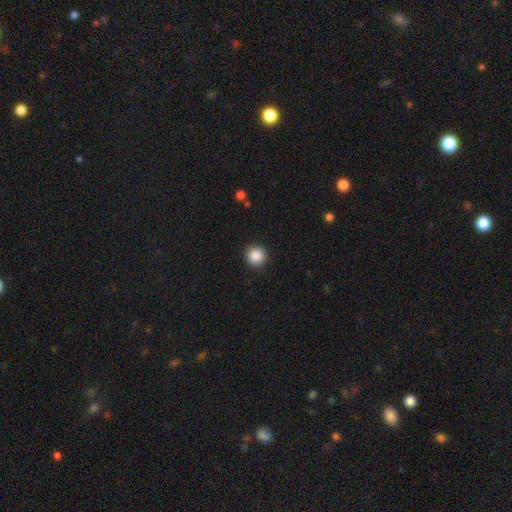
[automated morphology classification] This appears to be a smooth galaxy with no disk features (88%) that is round (95%). Merging: none (91%).